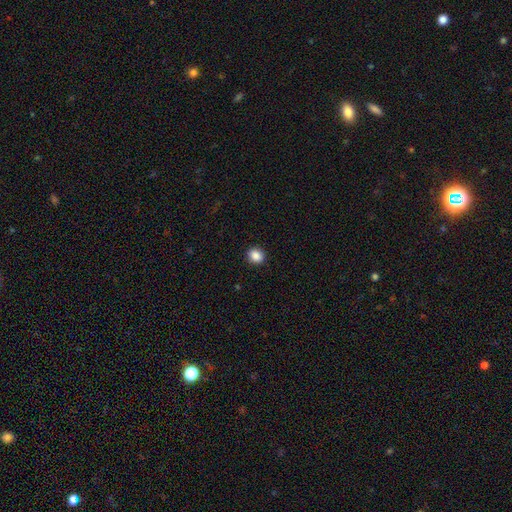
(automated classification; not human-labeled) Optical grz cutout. It shows a smooth galaxy with no disk features (87%) that is round (72%). Merging: none (91%).